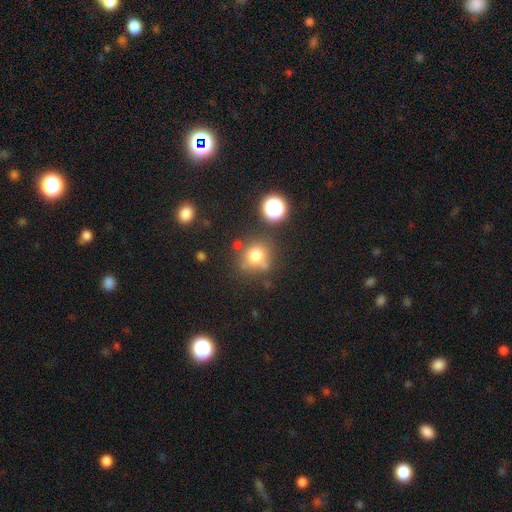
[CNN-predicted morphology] A smooth galaxy with no disk features (73%) that is round (84%). Merging: none (67%).